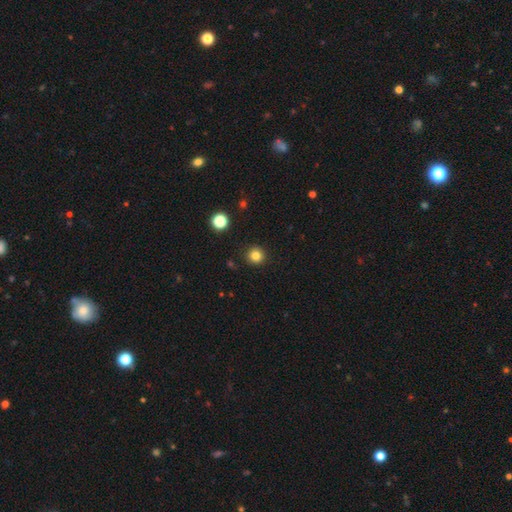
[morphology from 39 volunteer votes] Volunteers were most divided on "smooth or featured": smooth: 92%, star or artifact: 5%, featured or disk: 3%. More confident: how rounded — round (97%); merging — none (95%).